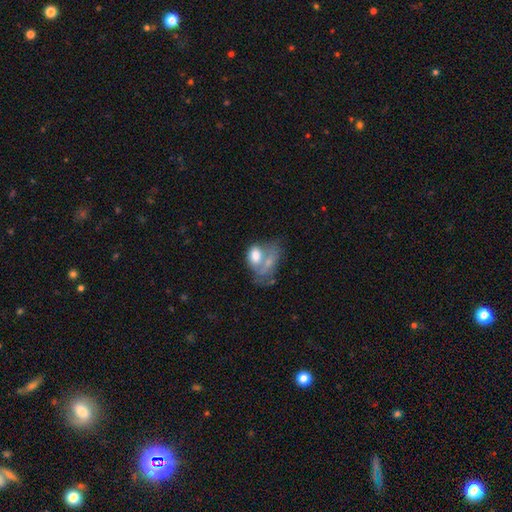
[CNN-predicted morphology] Smooth or featured: smooth — 65% (featured or disk — 27%)
How rounded: in between — 82% (round — 16%)
Merging: merger — 59% (major disturbance — 16%)